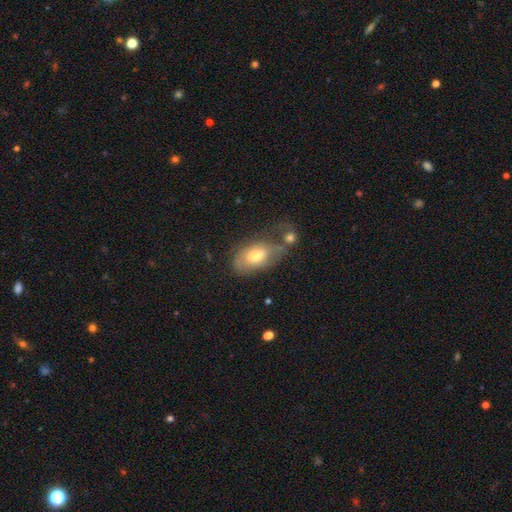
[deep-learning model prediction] Smooth or featured? Predicted: smooth (p=0.67). How rounded? Predicted: in between (p=0.91). Merging? Predicted: none (p=0.39).